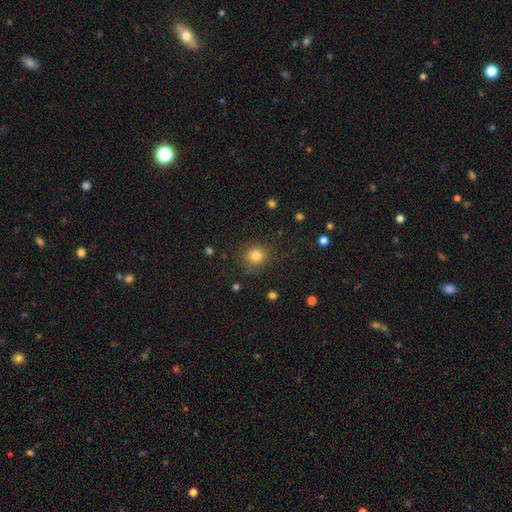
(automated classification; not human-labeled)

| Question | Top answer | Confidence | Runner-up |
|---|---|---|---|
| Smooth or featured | smooth | 82% | star or artifact (12%) |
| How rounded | round | 87% | in between (13%) |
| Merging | none | 85% | minor disturbance (10%) |